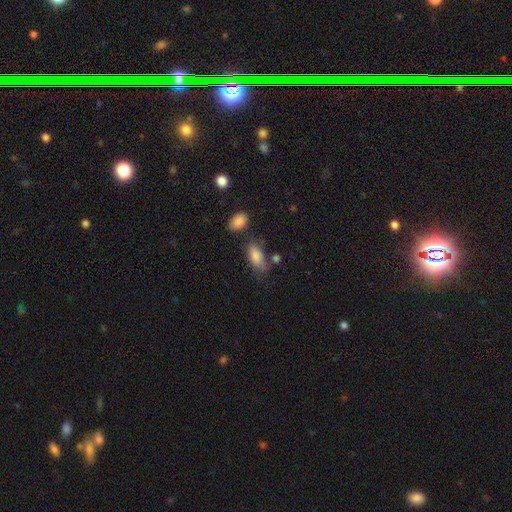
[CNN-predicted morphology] Smooth or featured: smooth — 83% (featured or disk — 9%)
How rounded: in between — 88% (cigar-shaped — 9%)
Merging: none — 52% (minor disturbance — 27%)